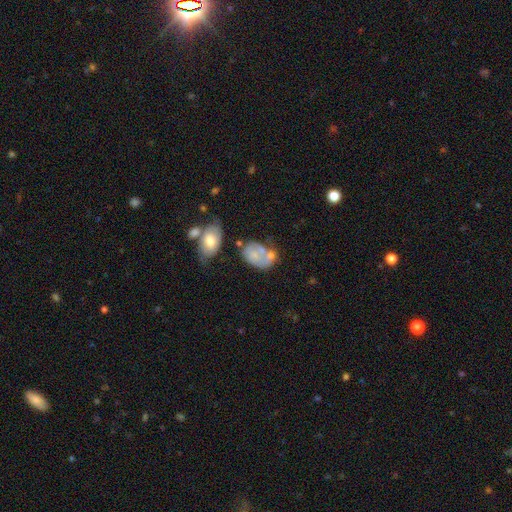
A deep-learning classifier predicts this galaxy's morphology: Smooth or featured: smooth — 53% (featured or disk — 37%)
How rounded: in between — 78% (round — 20%)
Merging: merger — 31% (none — 29%)